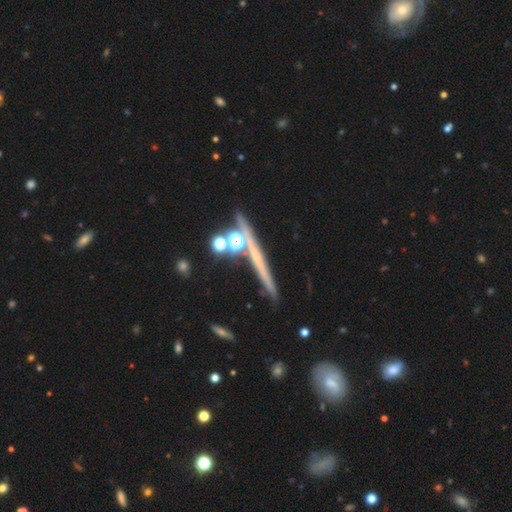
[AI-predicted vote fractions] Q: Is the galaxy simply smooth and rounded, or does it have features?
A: featured or disk — 50%.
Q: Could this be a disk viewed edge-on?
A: yes — 91%.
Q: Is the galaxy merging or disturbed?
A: none — 73%.